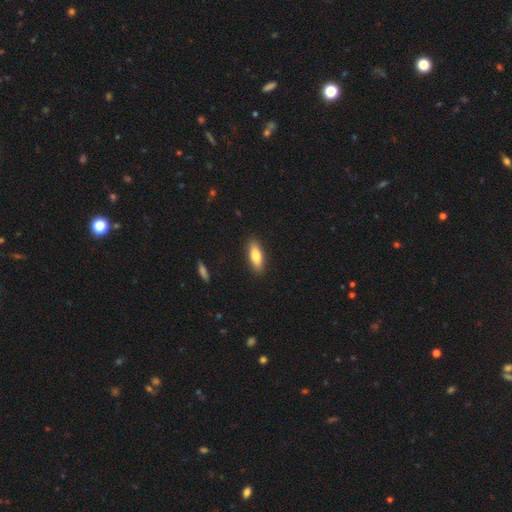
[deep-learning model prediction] smooth_or_featured: smooth (p=0.79) [alt: featured or disk p=0.15]
how_rounded: in between (p=0.62) [alt: cigar-shaped p=0.36]
merging: none (p=0.89) [alt: minor disturbance p=0.08]